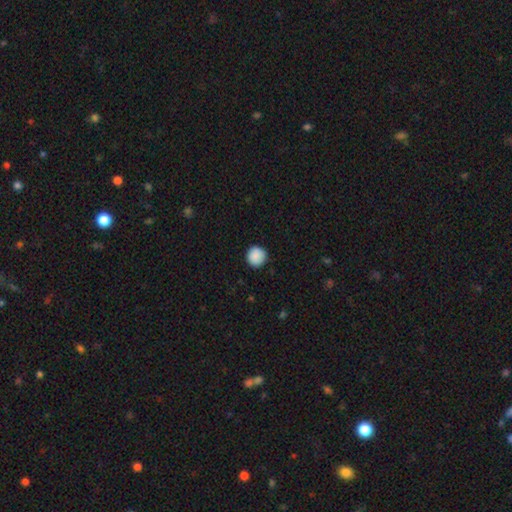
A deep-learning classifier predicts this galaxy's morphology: This is clearly a smooth galaxy (89%). How rounded: clearly round (94%). Merging: clearly none (89%).